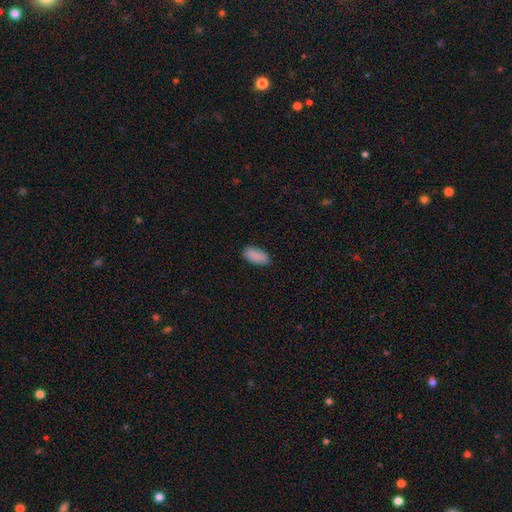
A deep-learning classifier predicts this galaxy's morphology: smooth_or_featured: smooth (p=0.89) [alt: star or artifact p=0.07]
how_rounded: in between (p=0.92) [alt: cigar-shaped p=0.06]
merging: none (p=0.86) [alt: minor disturbance p=0.11]